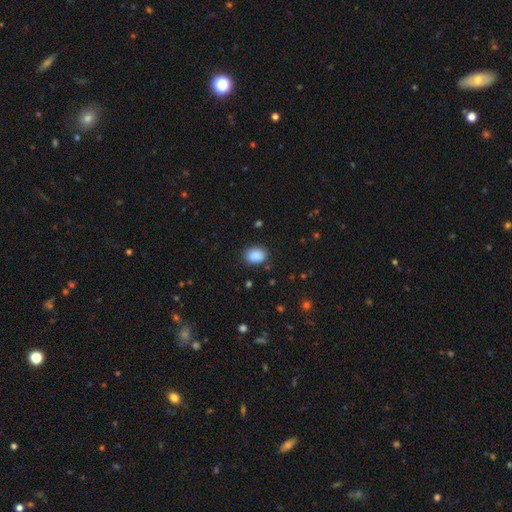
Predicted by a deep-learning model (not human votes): This appears to be a smooth galaxy with no disk features (89%) that is in between round and cigar-shaped (67%). Merging: none (84%).